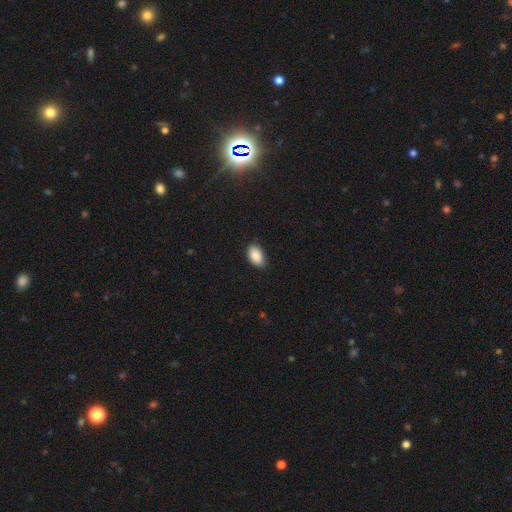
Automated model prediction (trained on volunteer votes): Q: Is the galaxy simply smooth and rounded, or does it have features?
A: smooth — 87%.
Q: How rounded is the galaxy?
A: in between — 93%.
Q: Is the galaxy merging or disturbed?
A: none — 83%.